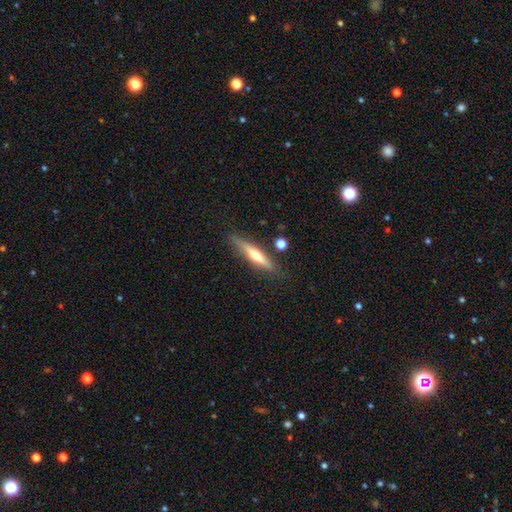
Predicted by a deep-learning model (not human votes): Q: Smooth or featured?
A: featured or disk (51%); runner-up: smooth (42%)
Q: Edge-on disk?
A: yes (93%); runner-up: no (7%)
Q: Merging?
A: none (80%); runner-up: minor disturbance (13%)